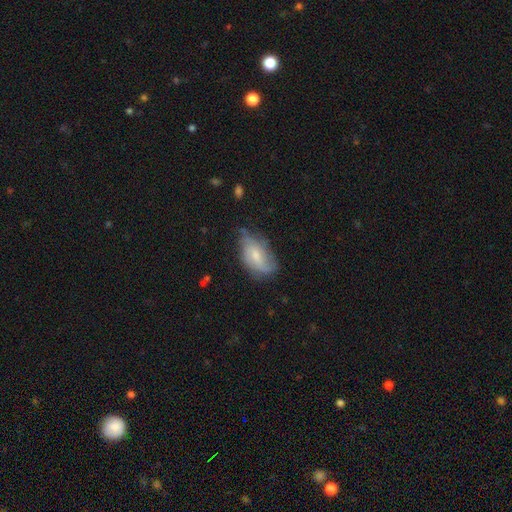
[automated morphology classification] This is possibly a featured or disk galaxy (56%). It is clearly not viewed edge-on (94%). Bar: possibly no (47%). Spiral arm pattern: clearly yes (84%). Central bulge: possibly small (46%). Merging: possibly none (54%).